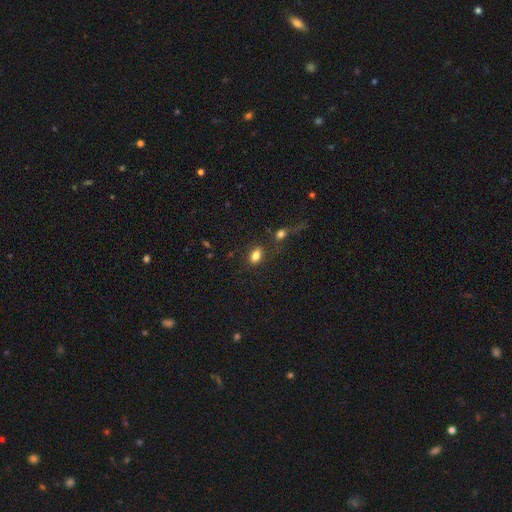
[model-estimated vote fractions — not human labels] A smooth galaxy with no disk features (82%) that is in between round and cigar-shaped (79%). Merging: none (74%).